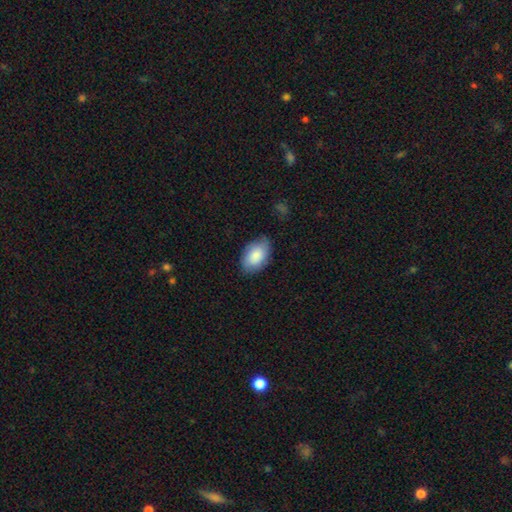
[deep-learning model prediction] Smooth or featured?
  - smooth: 85% *
  - featured or disk: 10%
  - star or artifact: 6%
How rounded?
  - in between: 92% *
  - round: 7%
  - cigar-shaped: 1%
Merging?
  - none: 76% *
  - minor disturbance: 20%
  - major disturbance: 4%
  - merger: 1%